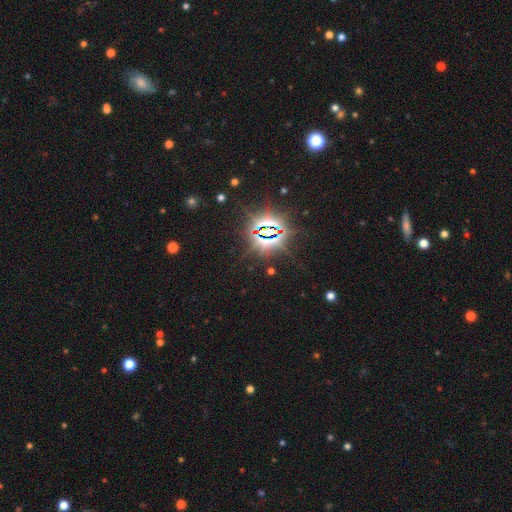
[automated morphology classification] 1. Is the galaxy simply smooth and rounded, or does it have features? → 85% star or artifact, 9% smooth, 7% featured or disk.